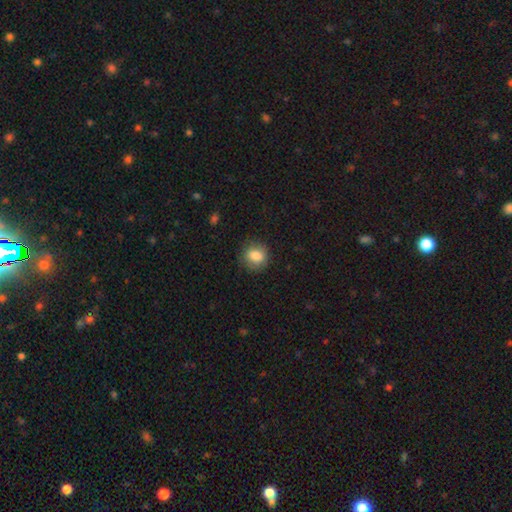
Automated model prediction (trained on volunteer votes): This appears to be a smooth galaxy with no disk features (83%) that is round (75%). Merging: none (83%).